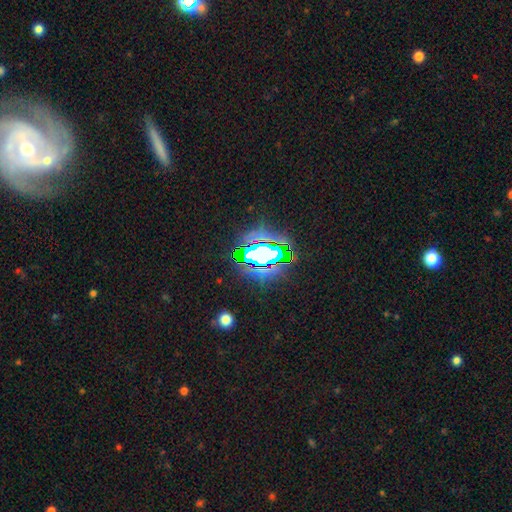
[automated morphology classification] Smooth or featured? Predicted: star or artifact (p=0.66).